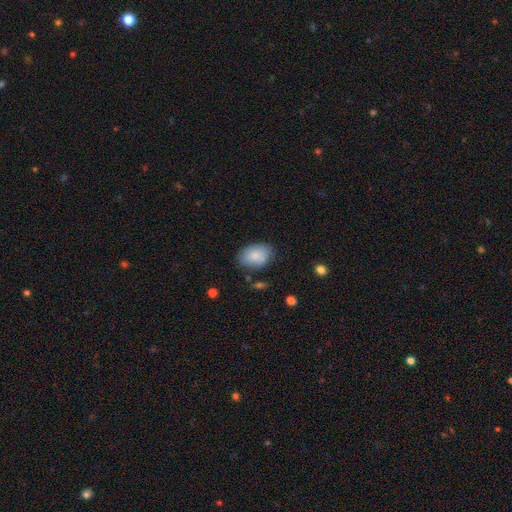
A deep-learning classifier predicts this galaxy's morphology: Q: Smooth or featured?
A: smooth (85%); runner-up: featured or disk (8%)
Q: How rounded?
A: in between (86%); runner-up: round (13%)
Q: Merging?
A: none (76%); runner-up: minor disturbance (17%)